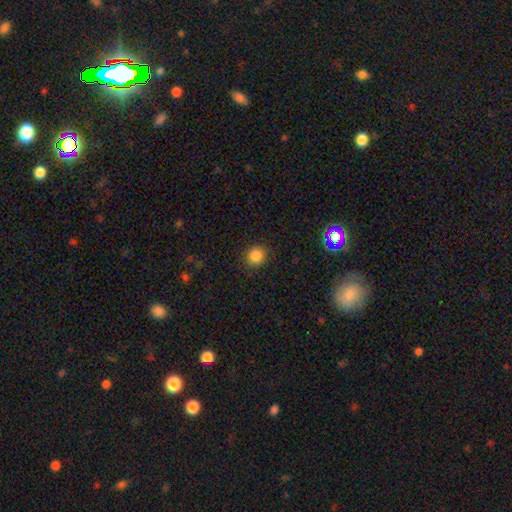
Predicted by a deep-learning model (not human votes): A smooth galaxy with no disk features (85%) that is round (89%). Merging: none (89%).